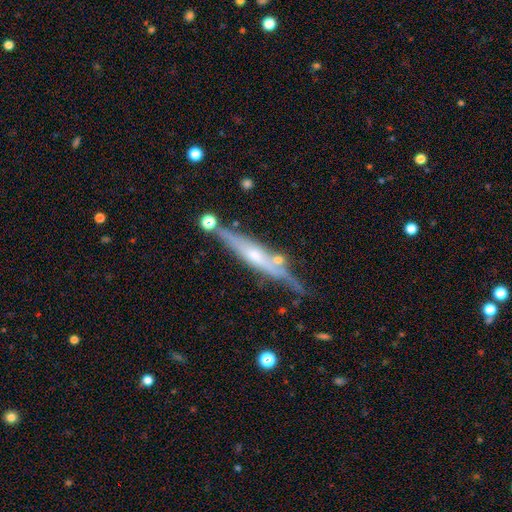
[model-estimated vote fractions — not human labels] Overall: featured or disk (67%). Edge-on disk: yes (90%). Edge-on bulge: rounded (67%). Merging: none (67%).